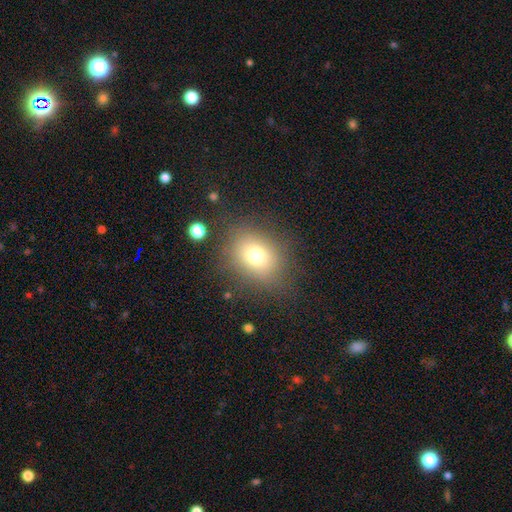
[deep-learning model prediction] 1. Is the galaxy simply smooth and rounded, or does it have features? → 73% smooth, 14% star or artifact, 13% featured or disk.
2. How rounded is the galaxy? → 51% round, 48% in between, 1% cigar-shaped.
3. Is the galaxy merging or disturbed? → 78% none, 14% minor disturbance, 7% major disturbance, 2% merger.